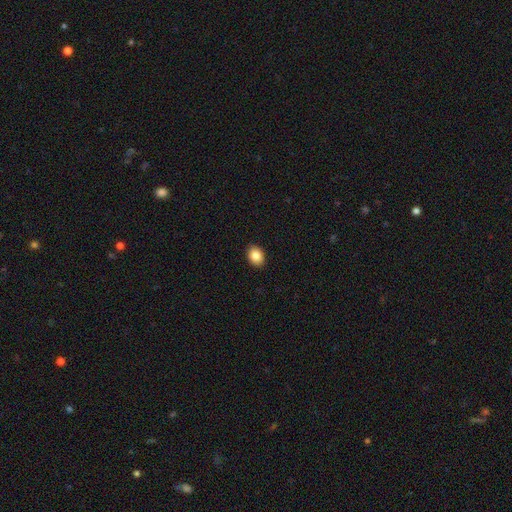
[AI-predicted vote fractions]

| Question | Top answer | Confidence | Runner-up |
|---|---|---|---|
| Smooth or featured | smooth | 86% | star or artifact (8%) |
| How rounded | in between | 63% | round (36%) |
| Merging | none | 91% | minor disturbance (7%) |